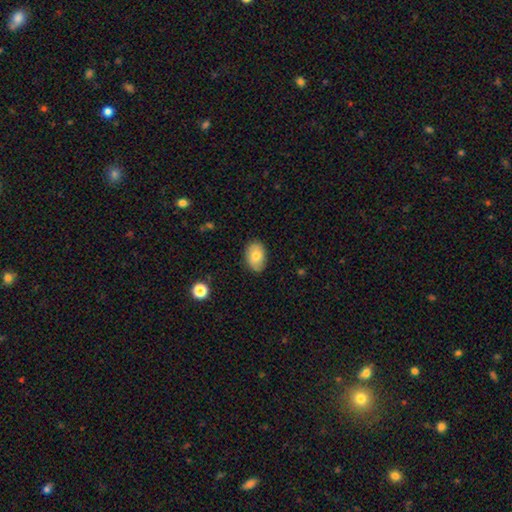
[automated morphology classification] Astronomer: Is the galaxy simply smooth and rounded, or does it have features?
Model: smooth — 78%.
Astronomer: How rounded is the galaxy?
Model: in between — 84%.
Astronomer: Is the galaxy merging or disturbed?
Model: none — 84%.